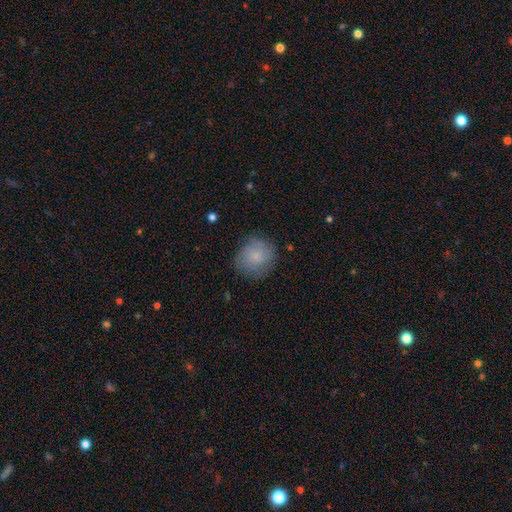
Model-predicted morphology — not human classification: Smooth or featured? smooth (74%)
How rounded? round (87%)
Merging? none (75%)